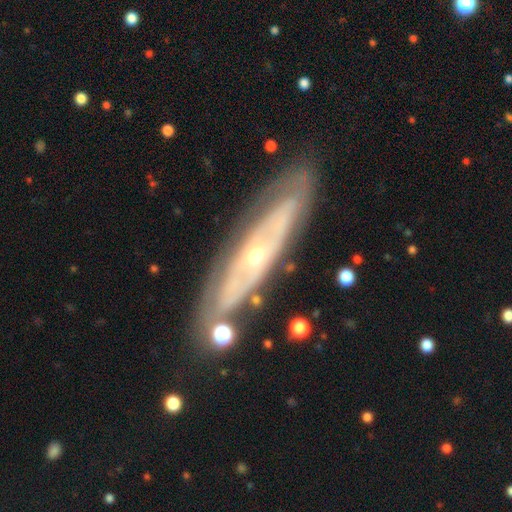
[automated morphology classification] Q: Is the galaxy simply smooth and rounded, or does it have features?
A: featured or disk — 80%.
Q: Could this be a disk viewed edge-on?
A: no — 68%.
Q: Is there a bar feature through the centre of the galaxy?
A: no — 78%.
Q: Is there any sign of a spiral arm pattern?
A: yes — 72%.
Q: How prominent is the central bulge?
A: small — 74%.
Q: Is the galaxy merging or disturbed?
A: none — 81%.